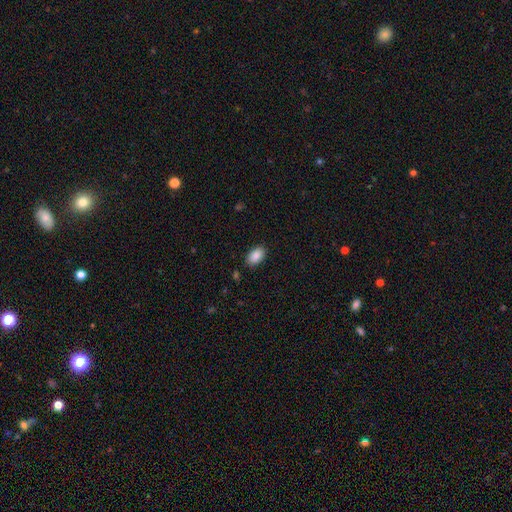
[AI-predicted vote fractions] Smooth or featured? smooth (90%)
How rounded? in between (92%)
Merging? none (88%)